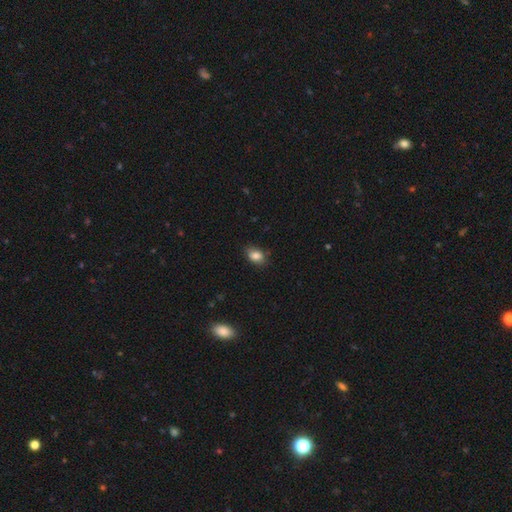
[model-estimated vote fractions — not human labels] smooth 84%, star or artifact 9%, featured or disk 7%. Down the decision tree: how rounded — in between (80%); merging — none (81%).